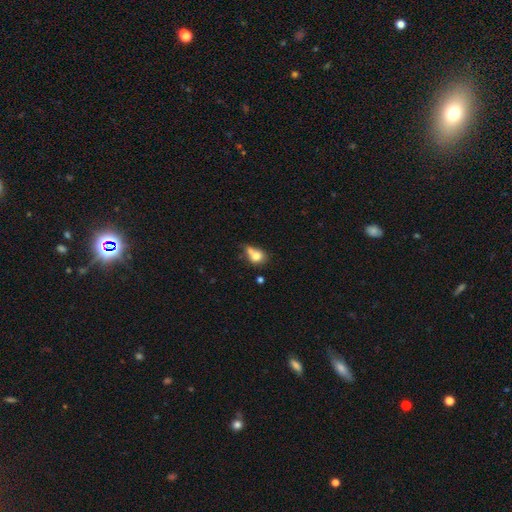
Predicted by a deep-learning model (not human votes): A smooth galaxy with no disk features (73%) that is round (58%).

Vote fractions:
- Smooth or featured? smooth: 73% / featured or disk: 16% / star or artifact: 11%
- How rounded? round: 58% / in between: 40% / cigar-shaped: 2%
- Merging? merger: 37% / none: 31% / minor disturbance: 19% / major disturbance: 12%